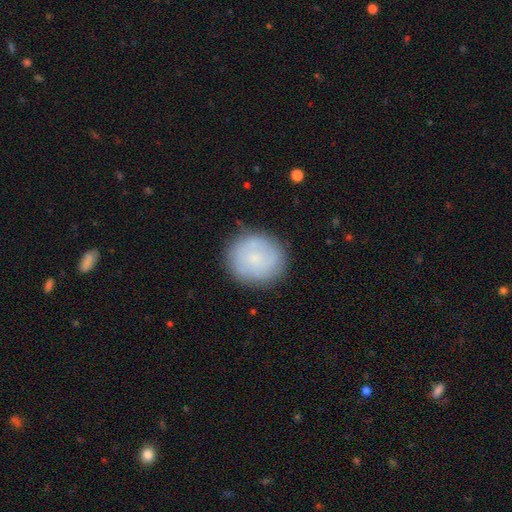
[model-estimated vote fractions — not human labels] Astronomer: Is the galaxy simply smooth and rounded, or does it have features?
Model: smooth — 68%.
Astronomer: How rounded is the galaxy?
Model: round — 88%.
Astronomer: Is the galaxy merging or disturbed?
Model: none — 86%.